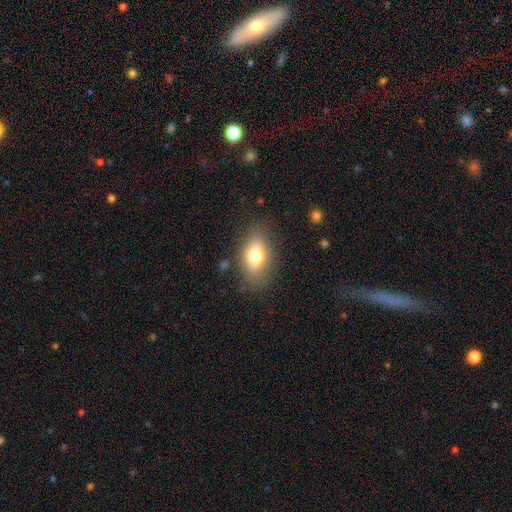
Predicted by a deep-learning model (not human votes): Overall: smooth (75%). How rounded: in between (86%). Merging: none (78%).